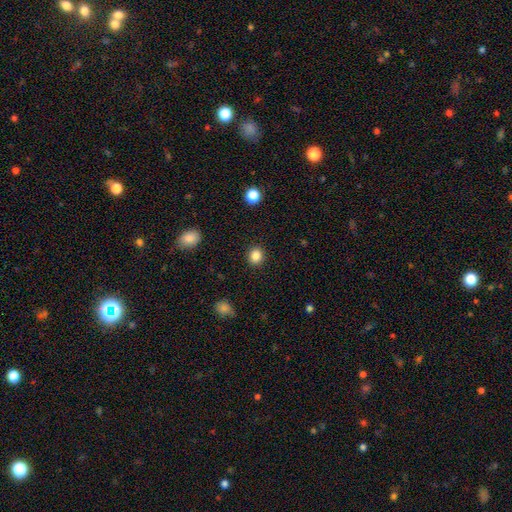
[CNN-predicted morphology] Overall: smooth (85%). How rounded: round (78%). Merging: none (91%).